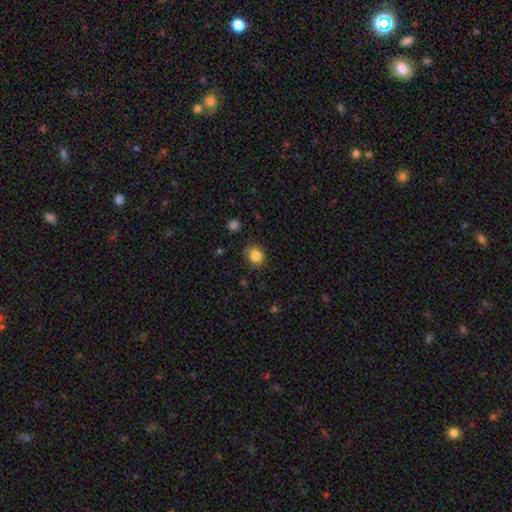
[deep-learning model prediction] Smooth or featured? Predicted: smooth (p=0.84). How rounded? Predicted: round (p=0.61). Merging? Predicted: none (p=0.74).